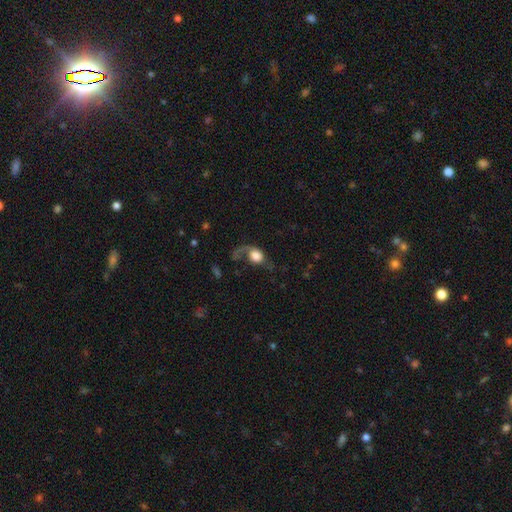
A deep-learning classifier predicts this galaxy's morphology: A smooth galaxy with no disk features (56%) that is round (56%). Merging: major disturbance (55%).